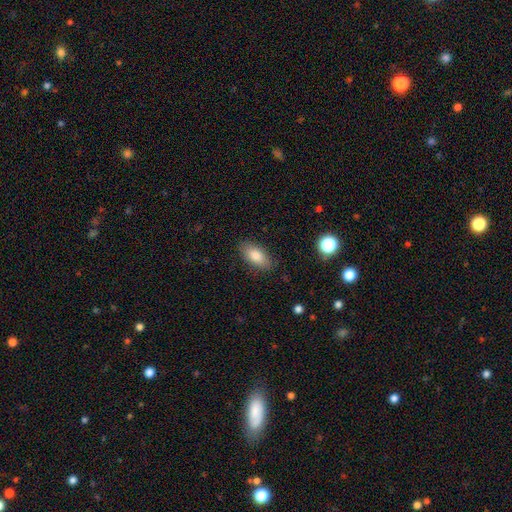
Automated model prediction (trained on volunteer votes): smooth 84%, featured or disk 9%, star or artifact 7%. Down the decision tree: how rounded — in between (91%); merging — none (85%).